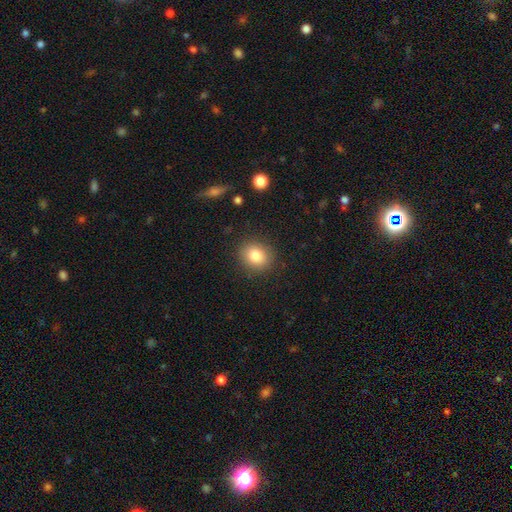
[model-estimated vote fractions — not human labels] A smooth galaxy with no disk features (81%) that is round (73%). Merging: none (88%).